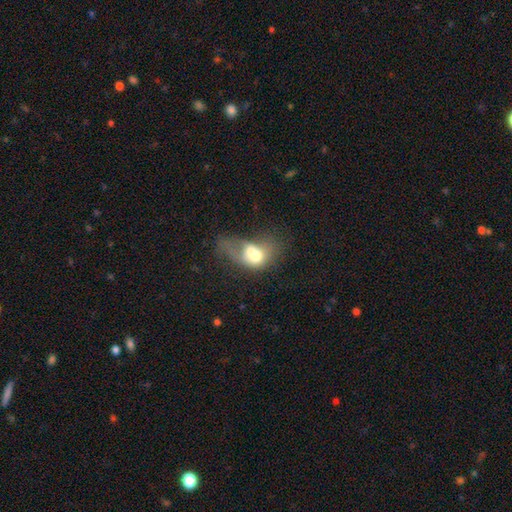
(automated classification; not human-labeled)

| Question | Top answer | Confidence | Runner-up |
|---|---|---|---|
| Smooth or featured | smooth | 58% | featured or disk (33%) |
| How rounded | in between | 68% | round (29%) |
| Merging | merger | 59% | major disturbance (22%) |